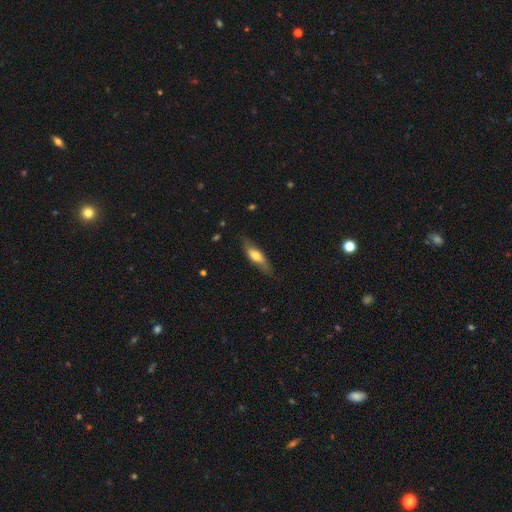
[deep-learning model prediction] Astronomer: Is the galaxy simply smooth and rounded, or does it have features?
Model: smooth — 59% (runner-up: featured or disk, 35%).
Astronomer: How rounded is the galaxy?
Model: cigar-shaped — 50% (runner-up: in between, 47%).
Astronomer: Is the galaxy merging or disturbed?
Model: none — 77%.